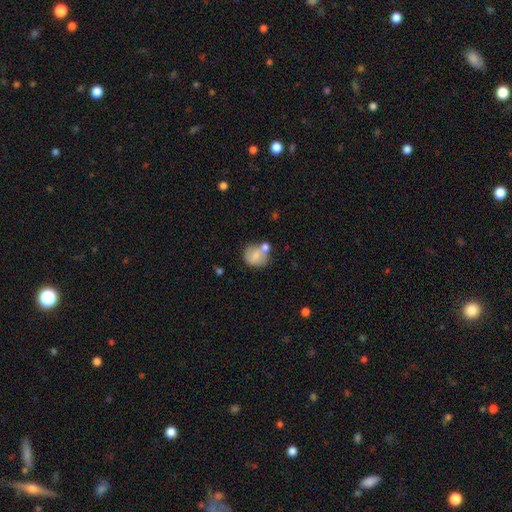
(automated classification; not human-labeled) Q: Smooth or featured?
A: smooth (71%); runner-up: featured or disk (21%)
Q: How rounded?
A: round (70%); runner-up: in between (29%)
Q: Merging?
A: none (42%); runner-up: merger (34%)